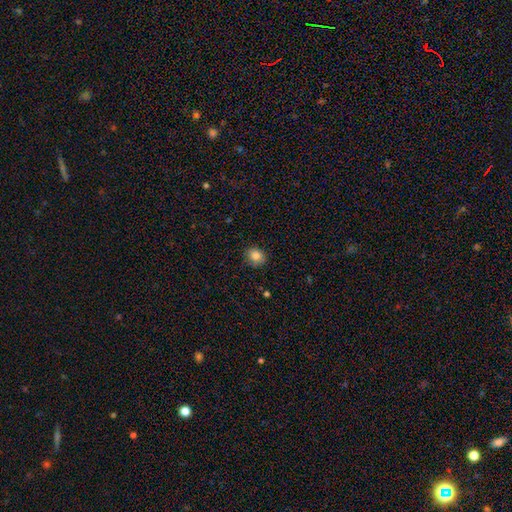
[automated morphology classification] Smooth or featured? Predicted: smooth (p=0.83). How rounded? Predicted: round (p=0.71). Merging? Predicted: none (p=0.85).